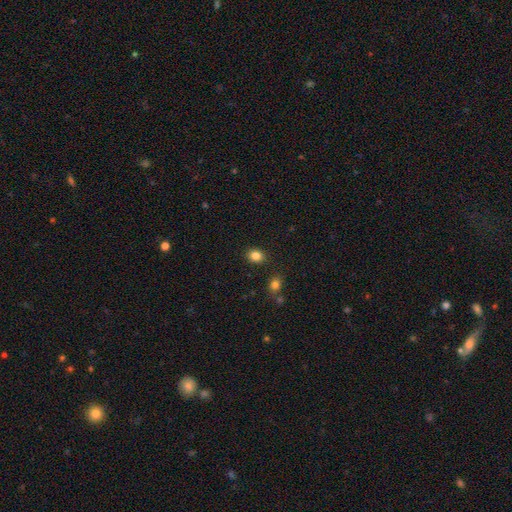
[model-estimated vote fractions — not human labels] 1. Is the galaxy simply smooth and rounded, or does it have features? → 84% smooth, 11% star or artifact, 5% featured or disk.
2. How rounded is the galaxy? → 58% round, 41% in between, 1% cigar-shaped.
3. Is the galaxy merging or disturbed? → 88% none, 8% minor disturbance, 2% merger, 2% major disturbance.